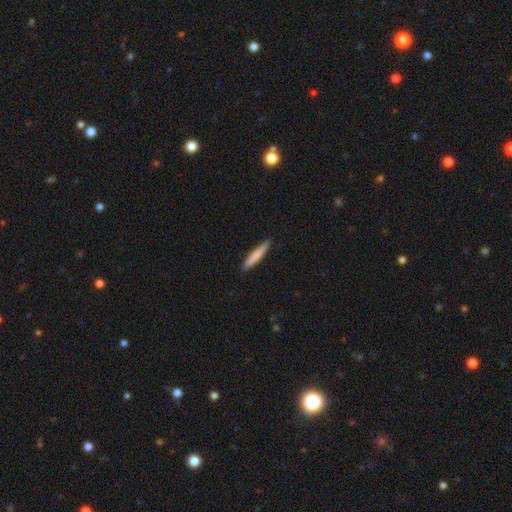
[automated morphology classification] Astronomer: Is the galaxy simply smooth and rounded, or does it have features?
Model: smooth — 75%.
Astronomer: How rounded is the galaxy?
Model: cigar-shaped — 94%.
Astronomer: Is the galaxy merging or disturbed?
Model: none — 90%.